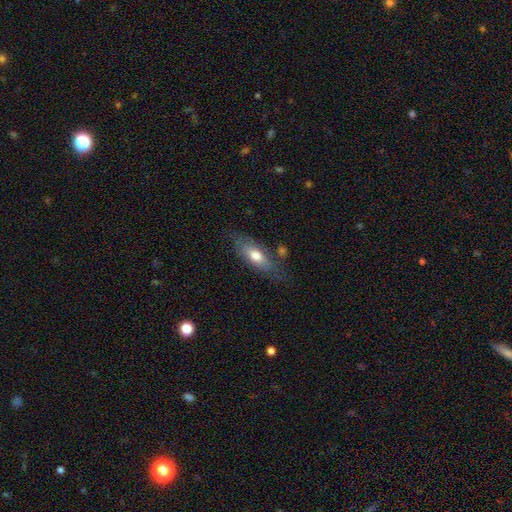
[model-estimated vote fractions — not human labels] Smooth or featured? Predicted: smooth (p=0.62). How rounded? Predicted: in between (p=0.72). Merging? Predicted: none (p=0.67).